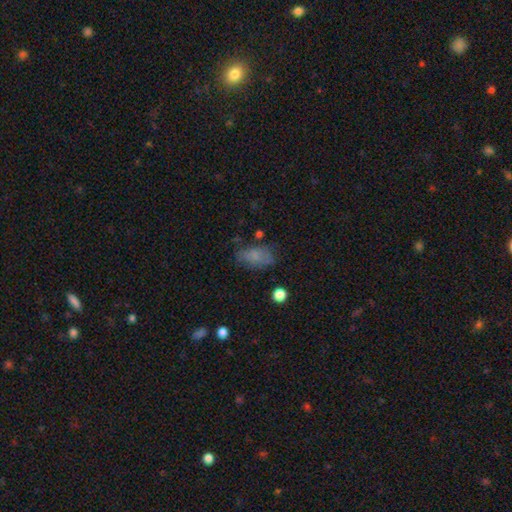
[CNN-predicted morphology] This appears to be a smooth galaxy with no disk features (72%) that is in between round and cigar-shaped (88%). Merging: none (61%).